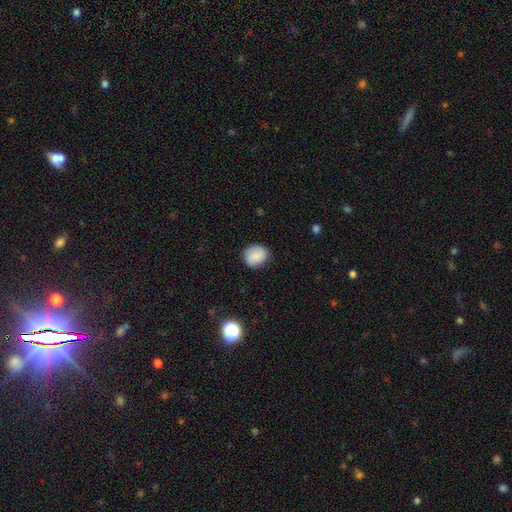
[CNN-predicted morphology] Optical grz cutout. It shows a smooth galaxy with no disk features (82%) that is round (74%). Merging: none (82%).